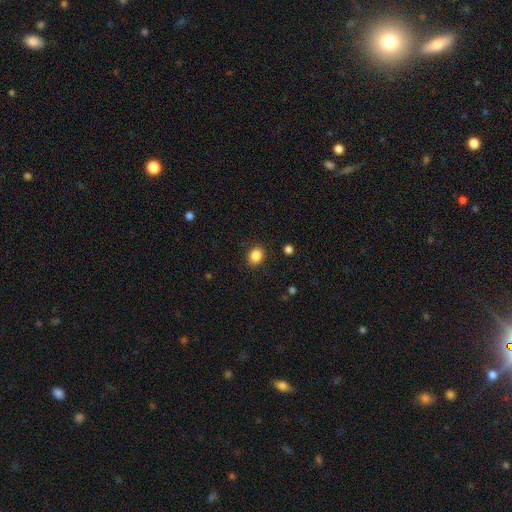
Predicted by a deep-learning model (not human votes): This is clearly a smooth galaxy (86%). How rounded: possibly round (50%). Merging: clearly none (88%).